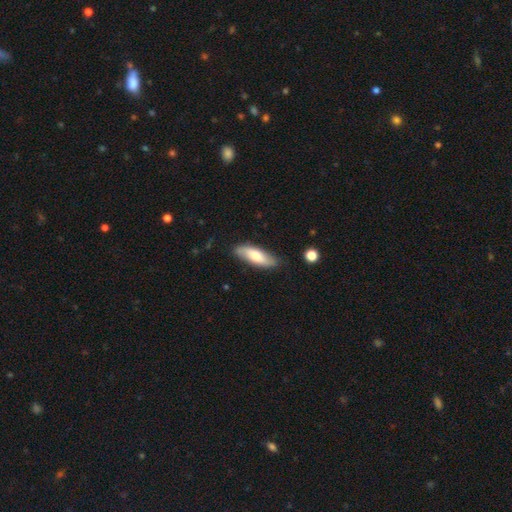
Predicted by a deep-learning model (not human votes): Q: Smooth or featured?
A: smooth (65%); runner-up: featured or disk (29%)
Q: How rounded?
A: in between (59%); runner-up: cigar-shaped (38%)
Q: Merging?
A: none (80%); runner-up: minor disturbance (15%)